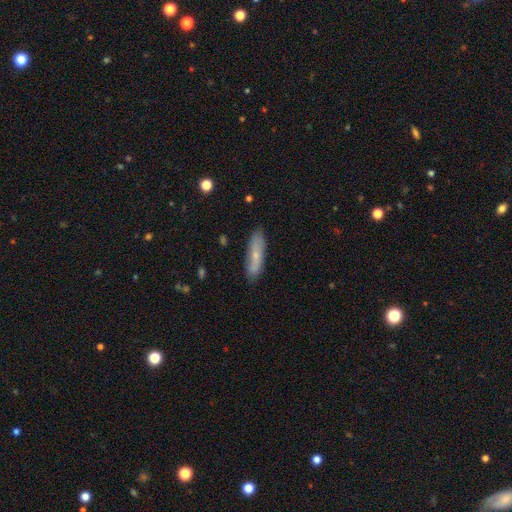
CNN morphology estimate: This is possibly a smooth galaxy (60%). How rounded: likely cigar-shaped (65%). Merging: clearly none (83%).